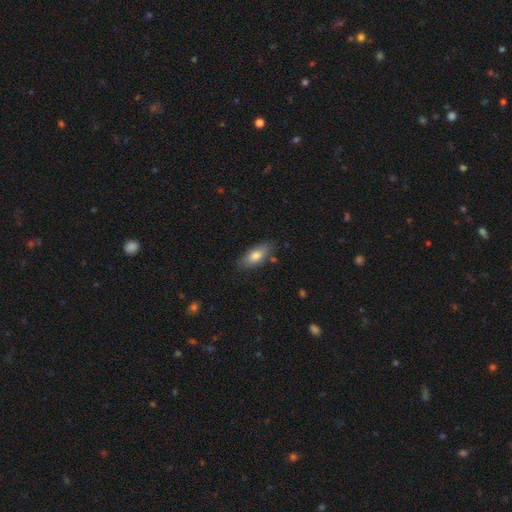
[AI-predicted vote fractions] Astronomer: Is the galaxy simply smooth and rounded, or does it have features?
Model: smooth — 77%.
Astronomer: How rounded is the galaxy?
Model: in between — 83%.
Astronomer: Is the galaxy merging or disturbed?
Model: none — 78%.